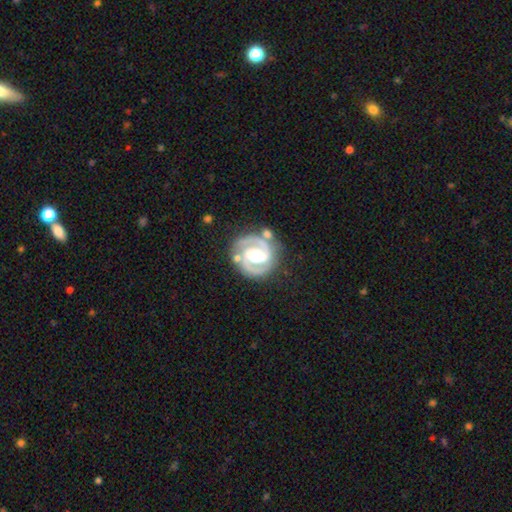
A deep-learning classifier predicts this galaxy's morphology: type=featured or disk (90%); edge-on=no (98%); bar=strong (47%); spiral arms=yes (97%); winding=tight (49%); arm count=2 (92%); bulge=moderate (64%); merging=none (76%).